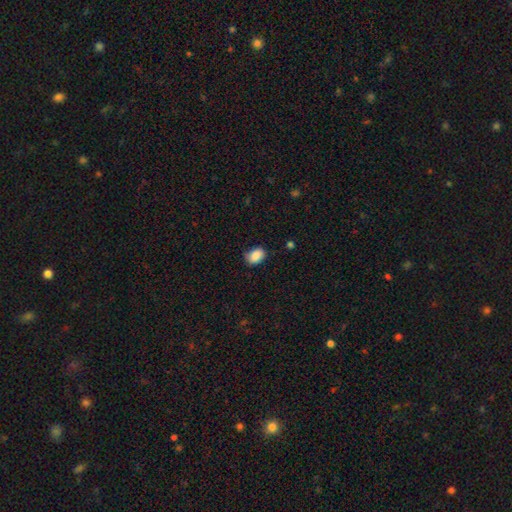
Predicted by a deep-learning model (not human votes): Smooth or featured? Predicted: smooth (p=0.88). How rounded? Predicted: in between (p=0.80). Merging? Predicted: none (p=0.75).